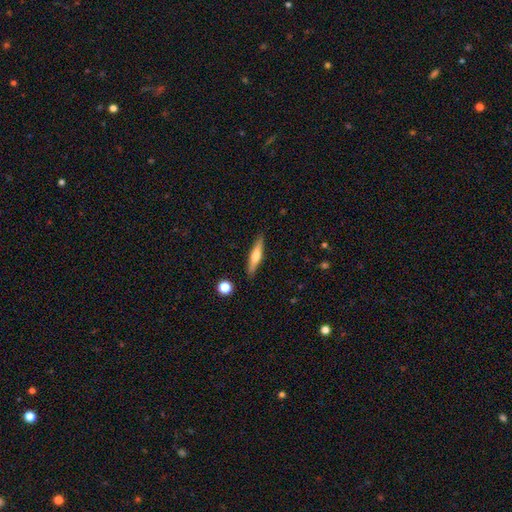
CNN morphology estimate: A featured or disk galaxy (48%). Merging: none (89%).